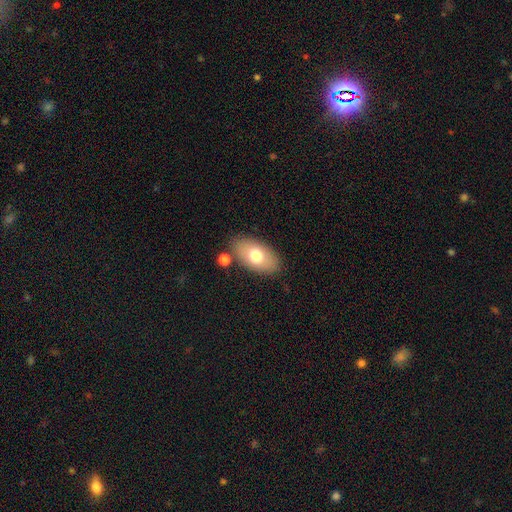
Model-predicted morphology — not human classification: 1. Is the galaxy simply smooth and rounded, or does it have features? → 71% smooth, 21% featured or disk, 8% star or artifact.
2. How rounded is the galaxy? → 92% in between, 6% round, 2% cigar-shaped.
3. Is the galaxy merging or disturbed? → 80% none, 12% minor disturbance, 5% merger, 3% major disturbance.